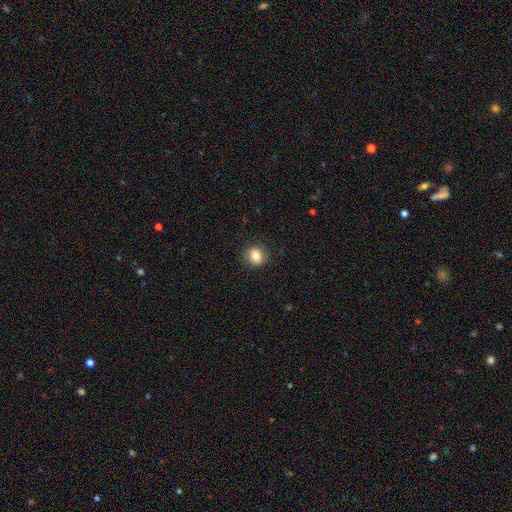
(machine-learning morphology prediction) This appears to be a smooth galaxy with no disk features (81%) that is round (77%). Merging: none (86%).